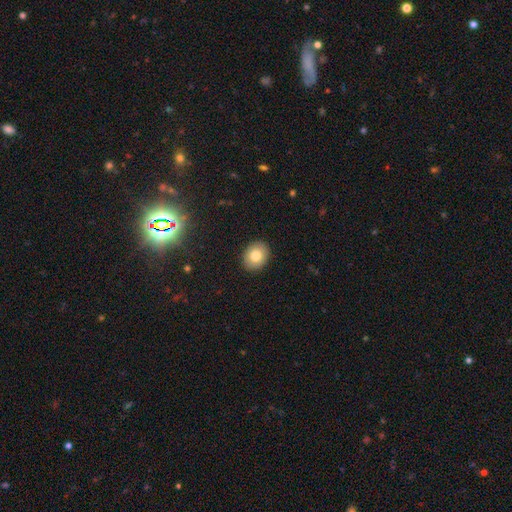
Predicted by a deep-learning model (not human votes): This appears to be a smooth galaxy with no disk features (80%) that is round (50%). Merging: none (91%).